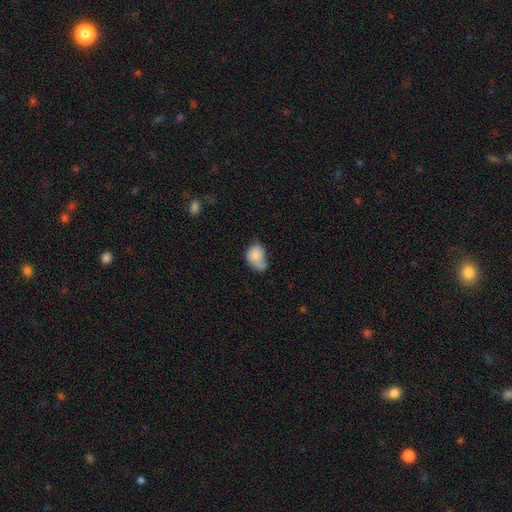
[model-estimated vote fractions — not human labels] A smooth galaxy with no disk features (80%) that is in between round and cigar-shaped (66%).

Vote fractions:
- Smooth or featured? smooth: 80% / featured or disk: 11% / star or artifact: 9%
- How rounded? in between: 66% / round: 33% / cigar-shaped: 1%
- Merging? minor disturbance: 32% / none: 29% / major disturbance: 20% / merger: 19%